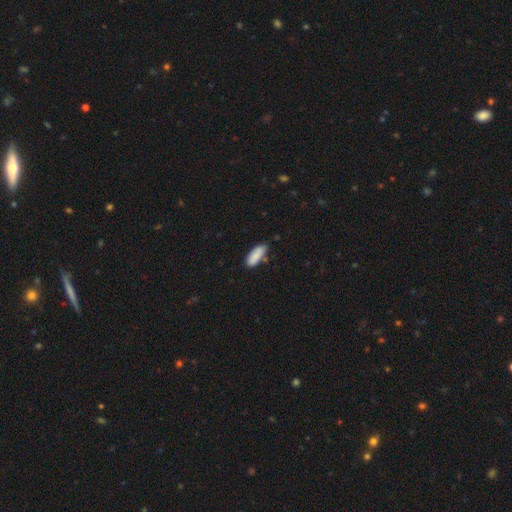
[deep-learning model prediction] This is clearly a smooth galaxy (88%). How rounded: likely in between (68%). Merging: likely none (74%).